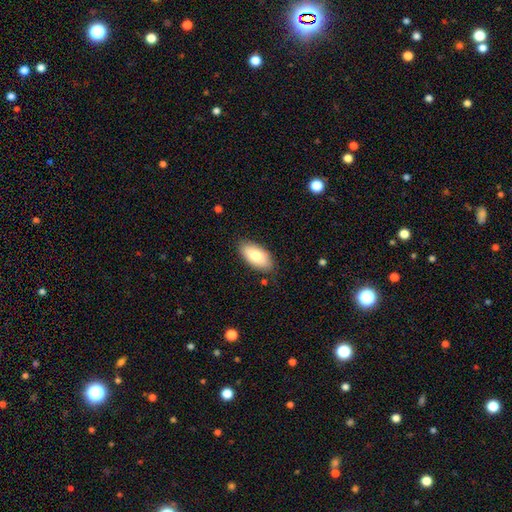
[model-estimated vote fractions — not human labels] Smooth or featured? smooth (78%)
How rounded? in between (93%)
Merging? none (83%)